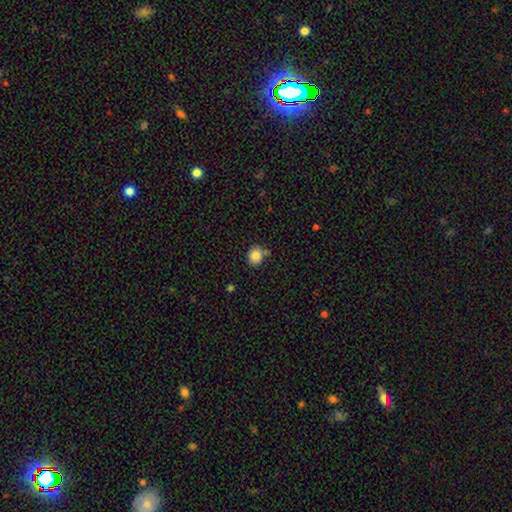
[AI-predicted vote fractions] This is clearly a smooth galaxy (84%). How rounded: likely round (73%). Merging: likely none (72%).